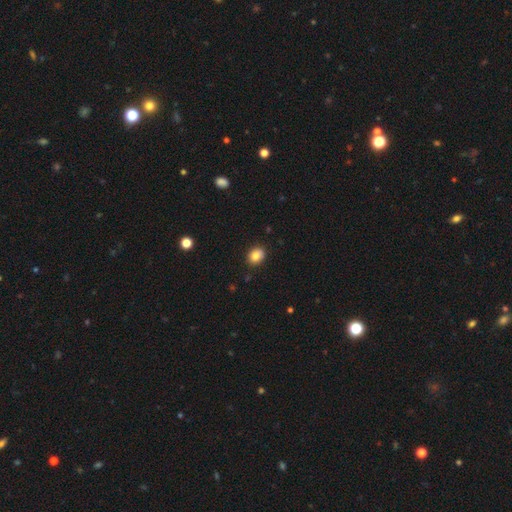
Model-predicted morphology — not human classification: Smooth or featured? Predicted: smooth (p=0.84). How rounded? Predicted: in between (p=0.51). Merging? Predicted: none (p=0.87).